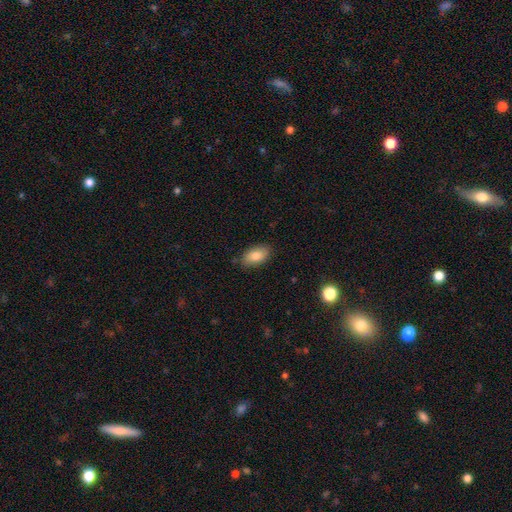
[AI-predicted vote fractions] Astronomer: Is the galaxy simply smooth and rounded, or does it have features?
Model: smooth — 82%.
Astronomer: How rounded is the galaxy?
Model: in between — 92%.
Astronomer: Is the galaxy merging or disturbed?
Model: none — 82%.